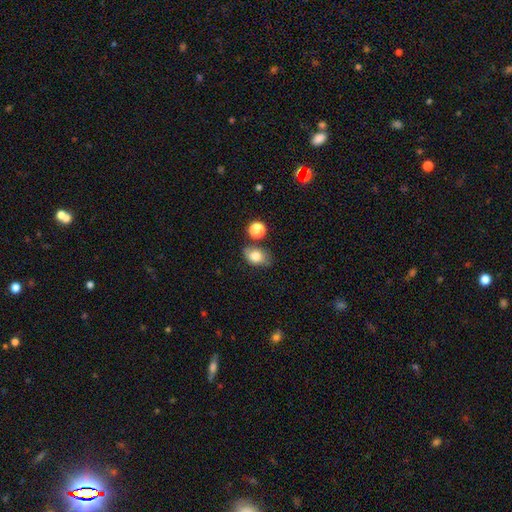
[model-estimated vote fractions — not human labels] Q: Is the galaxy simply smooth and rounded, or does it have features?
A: smooth — 78%.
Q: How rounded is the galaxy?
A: in between — 75%.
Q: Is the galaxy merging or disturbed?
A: none — 67%.